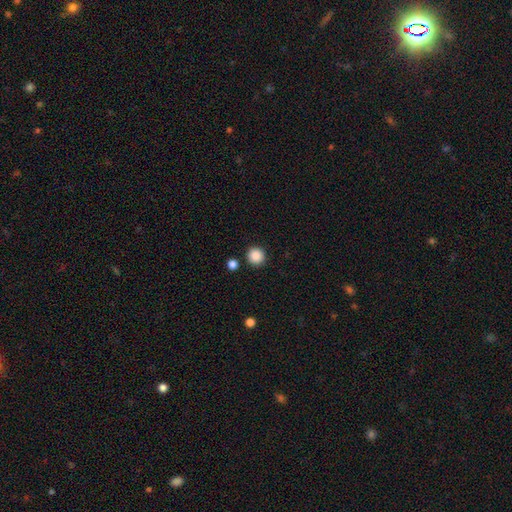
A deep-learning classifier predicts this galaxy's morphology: type=smooth (88%); roundness=round (95%); merging=none (90%).